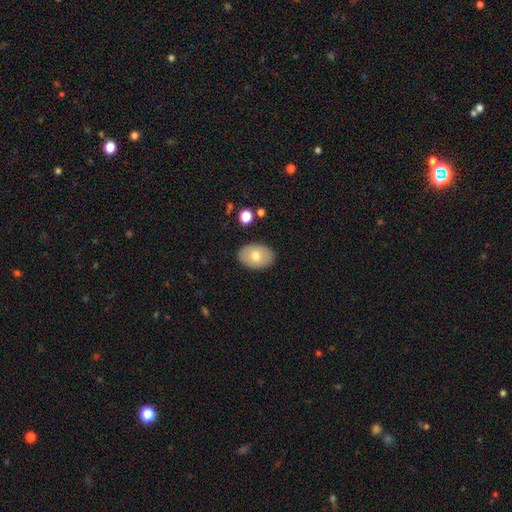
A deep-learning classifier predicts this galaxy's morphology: Q: Smooth or featured?
A: smooth (67%); runner-up: featured or disk (26%)
Q: How rounded?
A: in between (83%); runner-up: round (16%)
Q: Merging?
A: none (87%); runner-up: minor disturbance (9%)